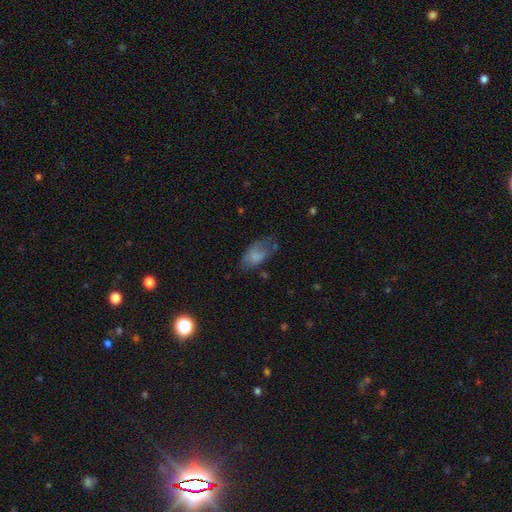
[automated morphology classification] Q: Smooth or featured?
A: smooth (73%); runner-up: featured or disk (18%)
Q: How rounded?
A: in between (92%); runner-up: round (5%)
Q: Merging?
A: none (43%); runner-up: minor disturbance (33%)